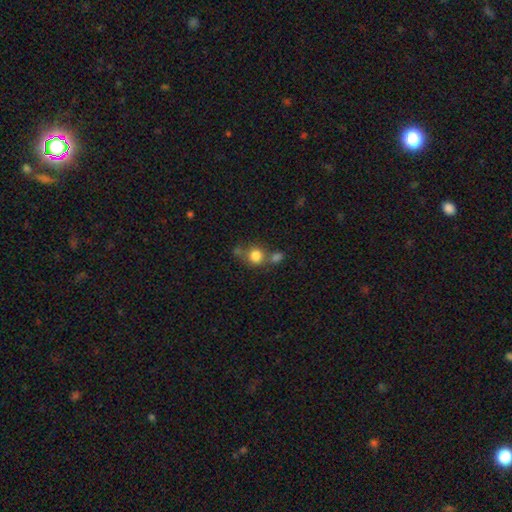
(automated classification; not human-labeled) This appears to be a smooth galaxy with no disk features (80%) that is round (85%). Merging: none (52%).